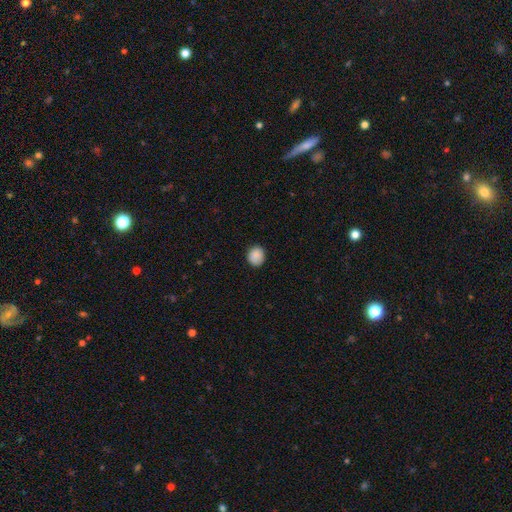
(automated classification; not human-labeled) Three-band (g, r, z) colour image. It shows a smooth galaxy with no disk features (89%) that is round (78%). Merging: none (88%).